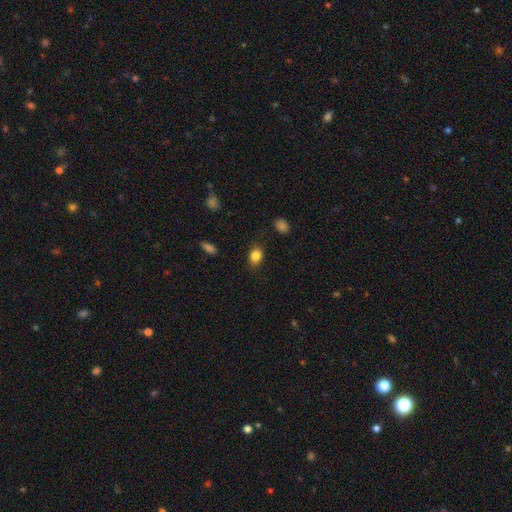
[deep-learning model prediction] smooth 84%, star or artifact 9%, featured or disk 7%. Down the decision tree: how rounded — in between (69%); merging — none (81%).